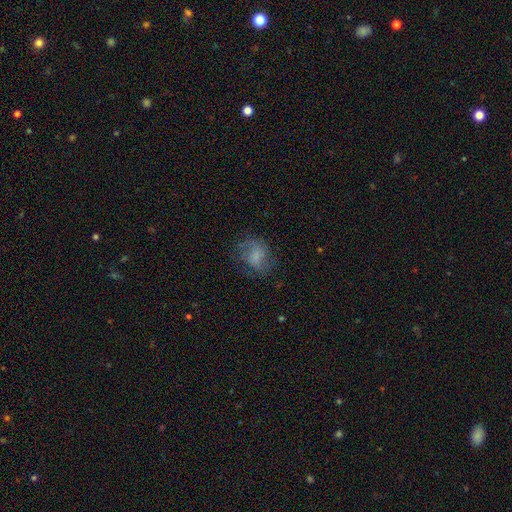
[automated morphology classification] Overall: smooth (53%; featured or disk 35%). How rounded: in between (52%; round 47%). Merging: none (59%; minor disturbance 22%).